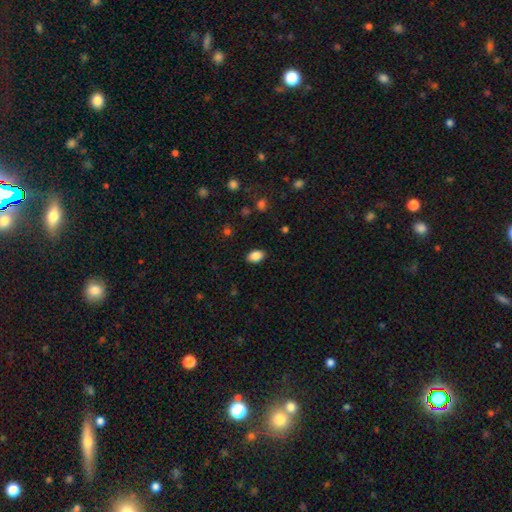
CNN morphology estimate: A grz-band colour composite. It shows a smooth galaxy with no disk features (87%) that is in between round and cigar-shaped (89%). Merging: none (88%).